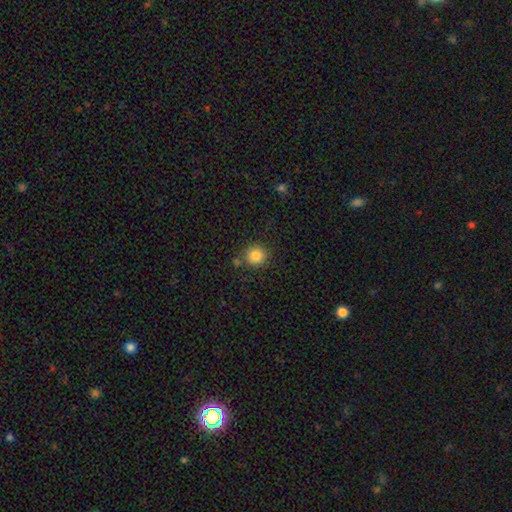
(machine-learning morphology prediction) A smooth galaxy with no disk features (85%) that is round (92%).

Vote fractions:
- Smooth or featured? smooth: 85% / star or artifact: 11% / featured or disk: 5%
- How rounded? round: 92% / in between: 7% / cigar-shaped: 1%
- Merging? none: 81% / minor disturbance: 9% / merger: 7% / major disturbance: 3%